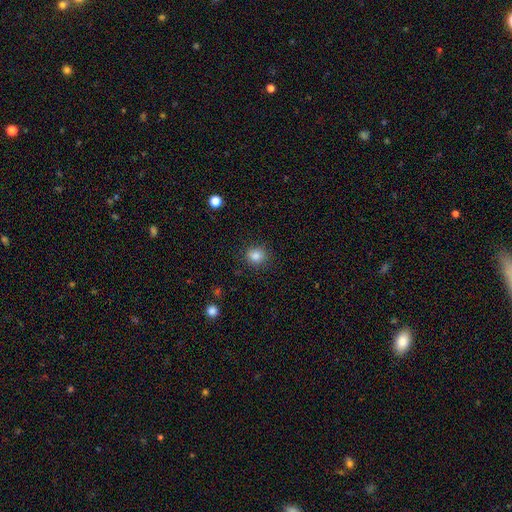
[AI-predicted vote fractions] Smooth or featured? smooth (84%)
How rounded? round (77%)
Merging? none (86%)